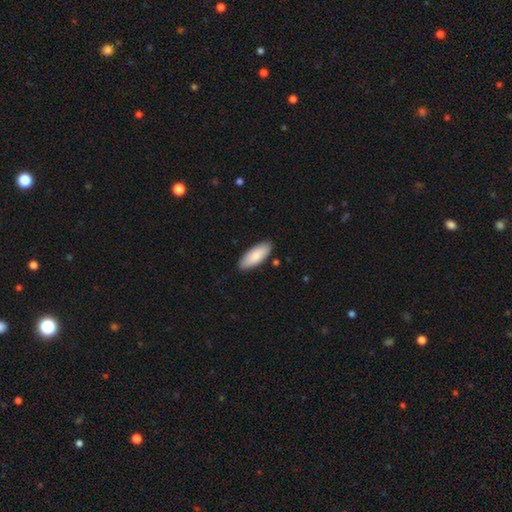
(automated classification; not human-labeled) Morphology: type=smooth (86%); roundness=in between (78%); merging=none (87%).